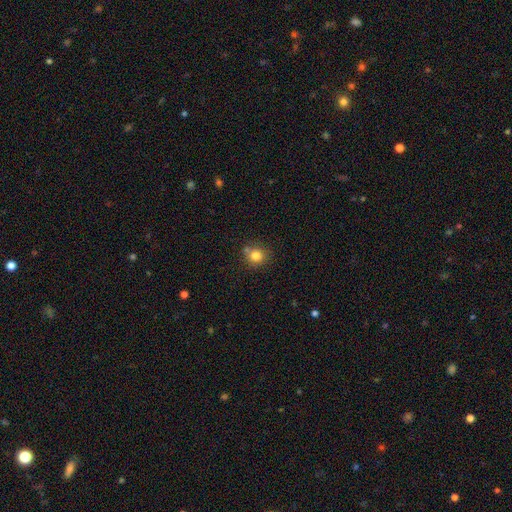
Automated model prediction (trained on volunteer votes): Morphology: type=smooth (80%); roundness=round (87%); merging=none (71%).